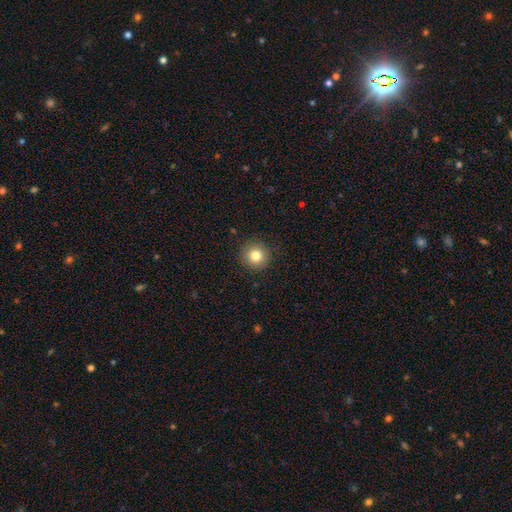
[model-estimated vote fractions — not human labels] Smooth or featured?
  - smooth: 82% *
  - star or artifact: 11%
  - featured or disk: 8%
How rounded?
  - round: 95% *
  - in between: 4%
  - cigar-shaped: 1%
Merging?
  - none: 91% *
  - minor disturbance: 6%
  - major disturbance: 2%
  - merger: 1%